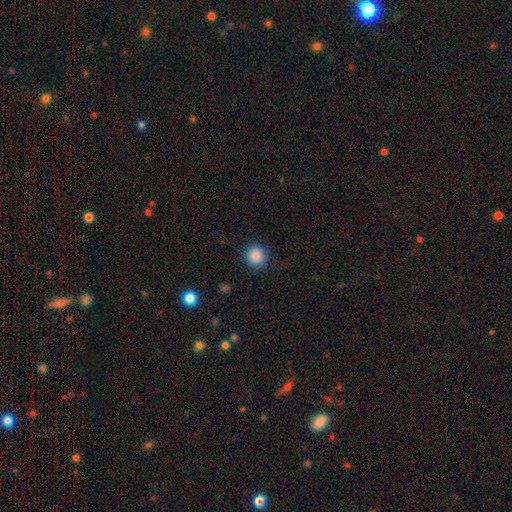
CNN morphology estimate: This appears to be a smooth galaxy with no disk features (87%) that is round (94%). Merging: none (89%).